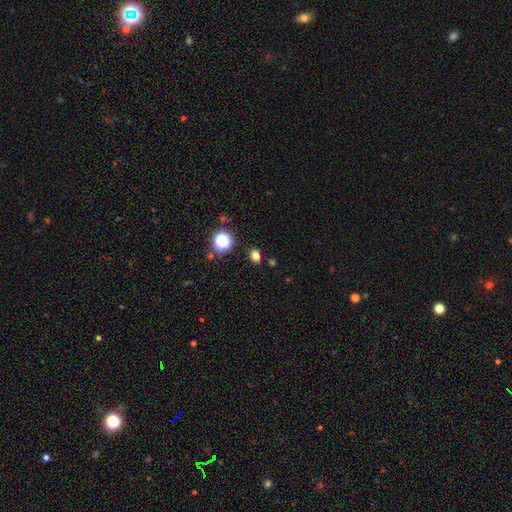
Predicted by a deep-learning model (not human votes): The model was most divided on "how rounded": round: 50%, in between: 49%, cigar-shaped: 1%. More confident: merging — none (85%); smooth or featured — smooth (76%).